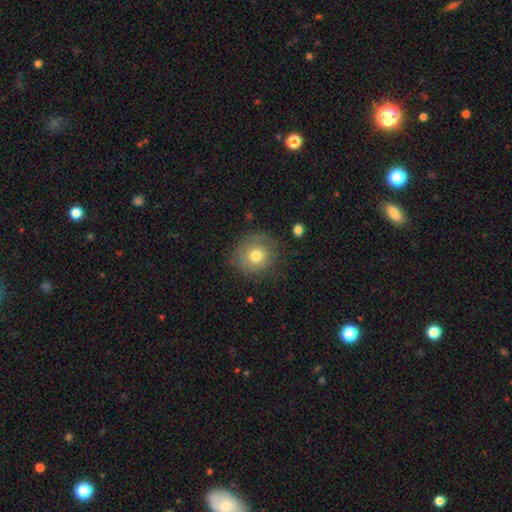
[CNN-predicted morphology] smooth 71%, featured or disk 19%, star or artifact 9%. Down the decision tree: how rounded — round (88%); merging — none (75%).